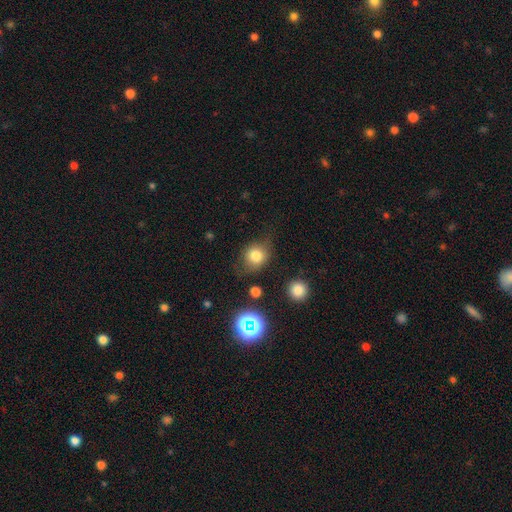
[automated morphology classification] A smooth galaxy with no disk features (76%) that is round (68%). Merging: none (62%).